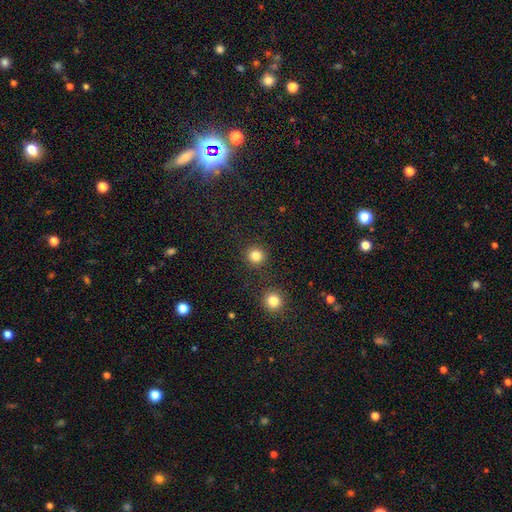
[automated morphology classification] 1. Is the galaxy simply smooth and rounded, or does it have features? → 83% smooth, 13% star or artifact, 4% featured or disk.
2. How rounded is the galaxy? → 94% round, 5% in between, 1% cigar-shaped.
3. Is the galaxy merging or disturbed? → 88% none, 6% minor disturbance, 4% merger, 2% major disturbance.